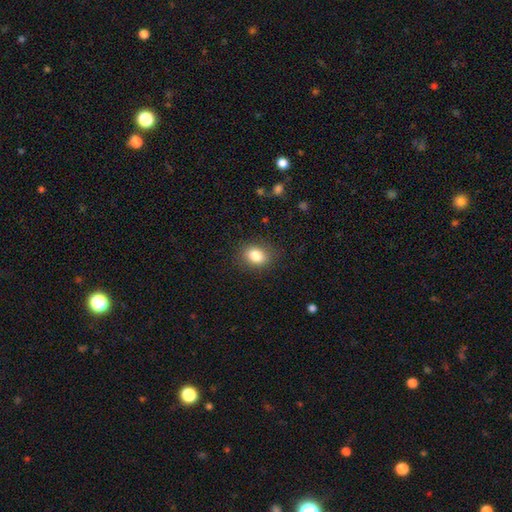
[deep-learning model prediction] The model was most divided on "how rounded": in between: 57%, round: 42%, cigar-shaped: 1%. More confident: merging — none (85%); smooth or featured — smooth (83%).